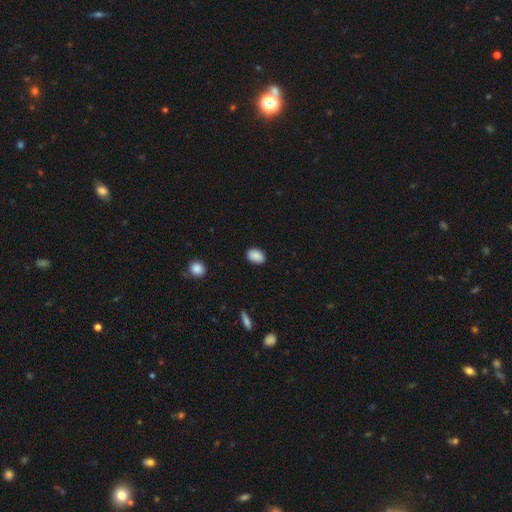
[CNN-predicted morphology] This appears to be a smooth galaxy with no disk features (89%) that is in between round and cigar-shaped (82%). Merging: none (88%).